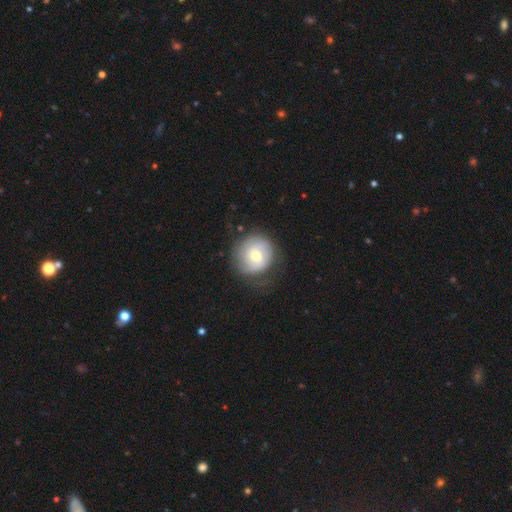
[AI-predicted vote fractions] smooth-or-featured: featured or disk: 53% | smooth: 40% | star or artifact: 7%
  disk-edge-on: no: 97% | yes: 3%
    bar: no: 68% | weak: 27% | strong: 6%
    has-spiral-arms: yes: 74% | no: 26%
    bulge-size: moderate: 66% | small: 26% | large: 5% | dominant: 1% | none: 1%
  merging: none: 64% | minor disturbance: 22% | major disturbance: 13% | merger: 1%